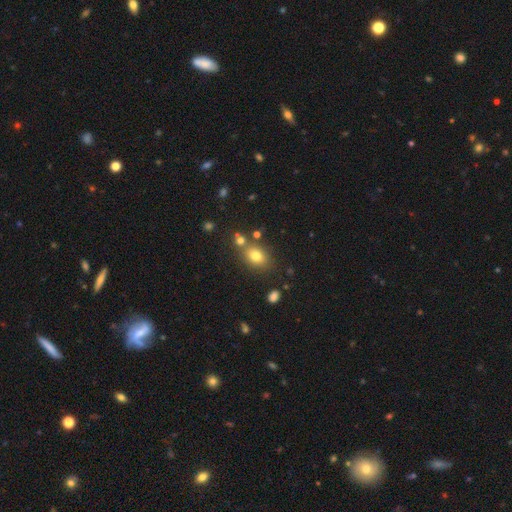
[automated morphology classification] Smooth or featured? smooth (77%)
How rounded? in between (72%)
Merging? none (67%)